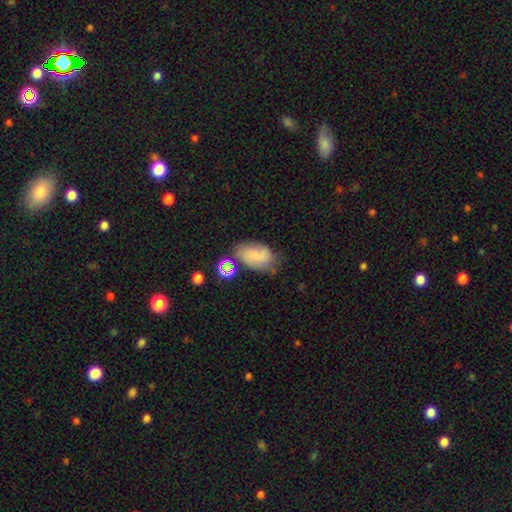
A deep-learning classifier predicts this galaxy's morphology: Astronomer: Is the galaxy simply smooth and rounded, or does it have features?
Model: smooth — 65%.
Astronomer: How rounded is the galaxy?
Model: in between — 88%.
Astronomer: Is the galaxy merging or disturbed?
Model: none — 57%.